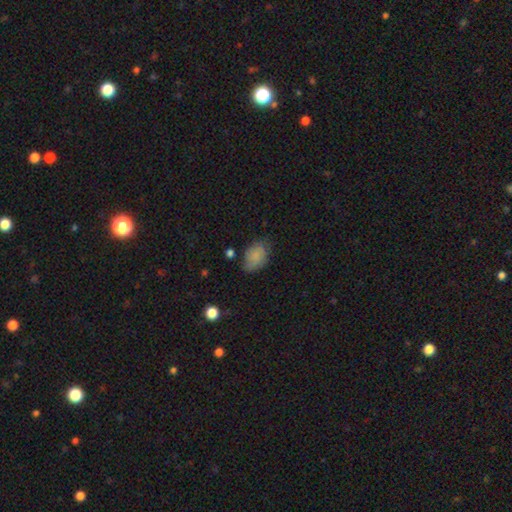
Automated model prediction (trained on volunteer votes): This appears to be a smooth galaxy with no disk features (81%) that is in between round and cigar-shaped (84%). Merging: none (63%).